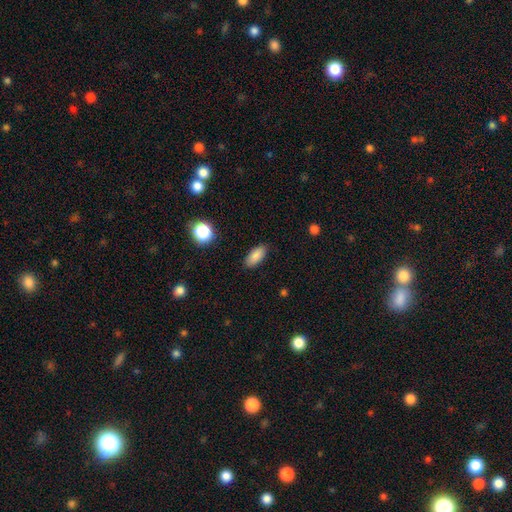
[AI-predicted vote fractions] Morphology: type=smooth (86%); roundness=in between (87%); merging=none (87%).